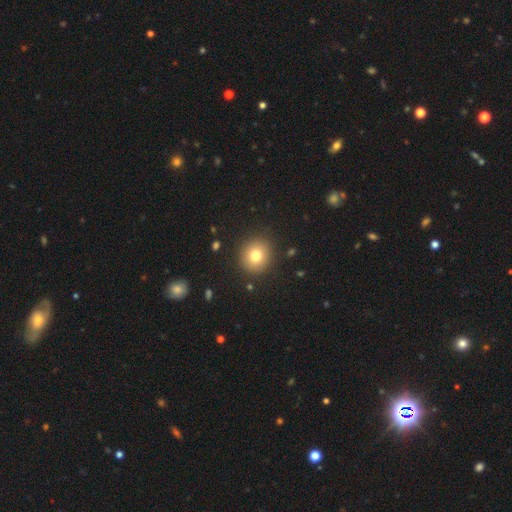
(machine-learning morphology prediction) Smooth or featured? Predicted: smooth (p=0.79). How rounded? Predicted: round (p=0.89). Merging? Predicted: none (p=0.90).